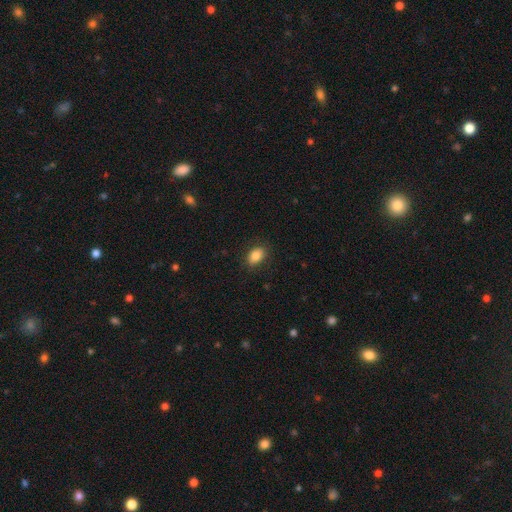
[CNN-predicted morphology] smooth_or_featured: smooth (p=0.85) [alt: star or artifact p=0.08]
how_rounded: in between (p=0.81) [alt: round p=0.18]
merging: none (p=0.86) [alt: minor disturbance p=0.11]